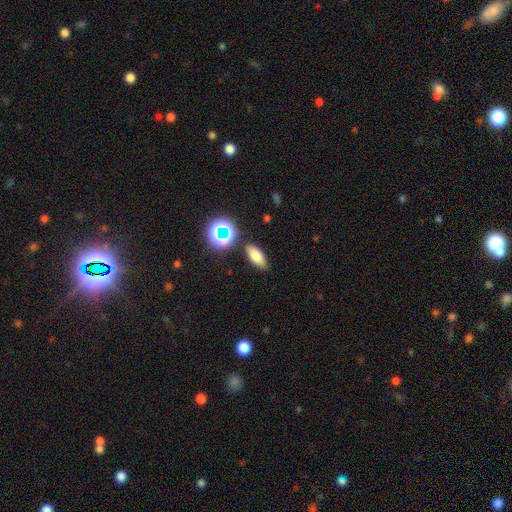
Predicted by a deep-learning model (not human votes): A smooth galaxy with no disk features (72%) that is in between round and cigar-shaped (79%). Merging: none (83%).